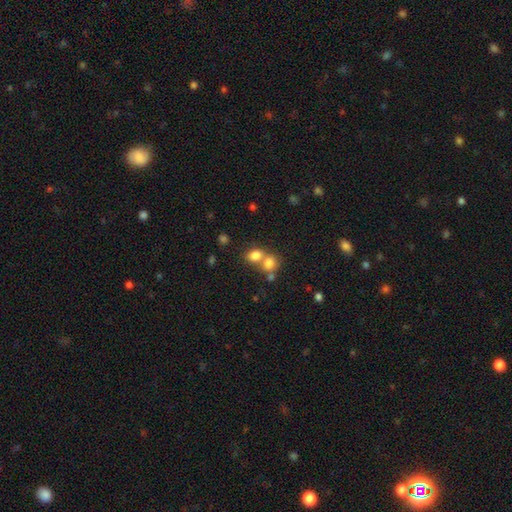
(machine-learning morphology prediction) type=smooth (78%); roundness=in between (53%); merging=merger (55%).